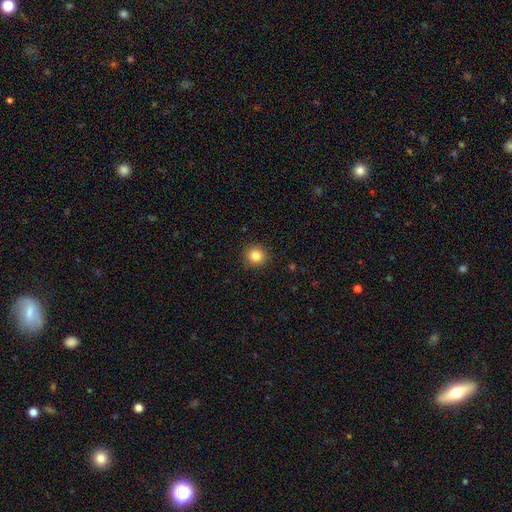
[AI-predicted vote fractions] smooth_or_featured: smooth (p=0.84) [alt: star or artifact p=0.11]
how_rounded: round (p=0.92) [alt: in between p=0.07]
merging: none (p=0.92) [alt: minor disturbance p=0.06]